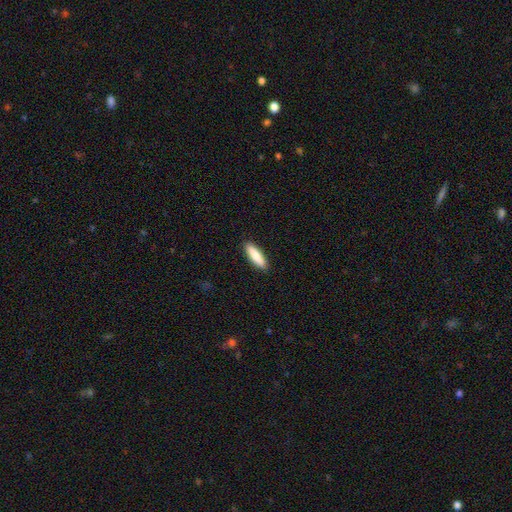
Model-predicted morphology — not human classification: smooth_or_featured: smooth (p=0.84) [alt: featured or disk p=0.11]
how_rounded: cigar-shaped (p=0.65) [alt: in between p=0.33]
merging: none (p=0.90) [alt: minor disturbance p=0.07]